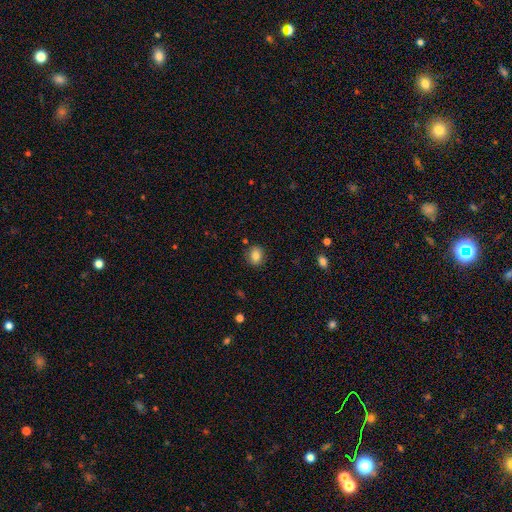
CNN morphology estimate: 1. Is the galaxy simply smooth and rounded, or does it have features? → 82% smooth, 10% star or artifact, 8% featured or disk.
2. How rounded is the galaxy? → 59% round, 40% in between, 1% cigar-shaped.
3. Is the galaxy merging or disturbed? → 85% none, 10% minor disturbance, 2% major disturbance, 2% merger.